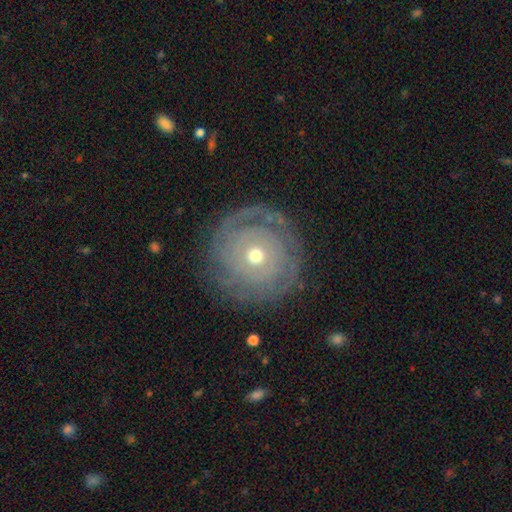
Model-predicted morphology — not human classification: This appears to be a featured or disk galaxy (81%) with no bar (84%), tight (86%) spiral arms (91%) and a moderate central bulge (53%). Merging: none (82%).